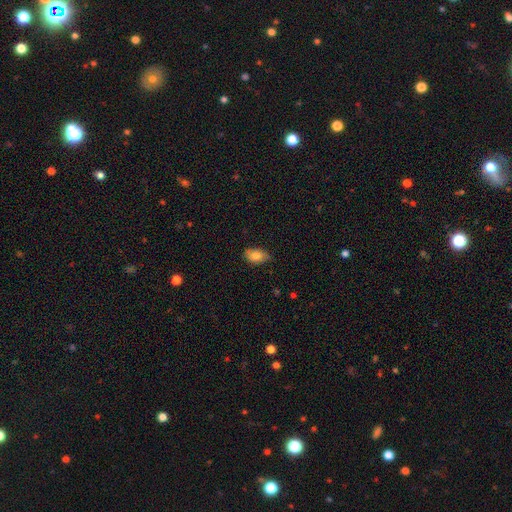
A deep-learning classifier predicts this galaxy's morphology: smooth 82%, featured or disk 10%, star or artifact 8%. Down the decision tree: how rounded — in between (89%); merging — none (72%).